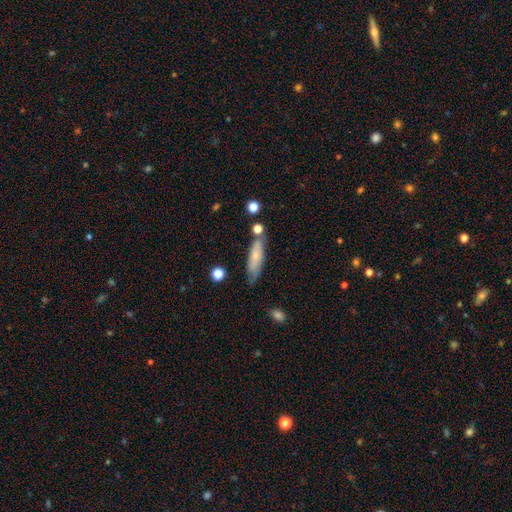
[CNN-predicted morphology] Smooth or featured? Predicted: smooth (p=0.61). How rounded? Predicted: cigar-shaped (p=0.55). Merging? Predicted: none (p=0.61).